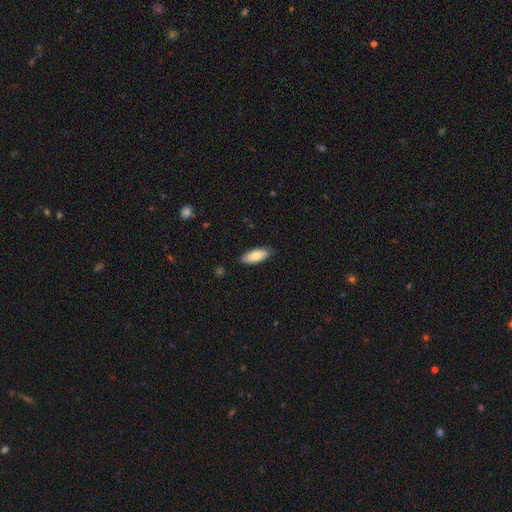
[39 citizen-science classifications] A smooth galaxy with no disk features (79%) that is in between round and cigar-shaped (87%).

Vote fractions:
- Smooth or featured? smooth: 79% / featured or disk: 10% / star or artifact: 10%
- How rounded? in between: 87% / cigar-shaped: 13% / round: 0%
- Merging? none: 94% / minor disturbance: 6% / major disturbance: 0% / merger: 0%